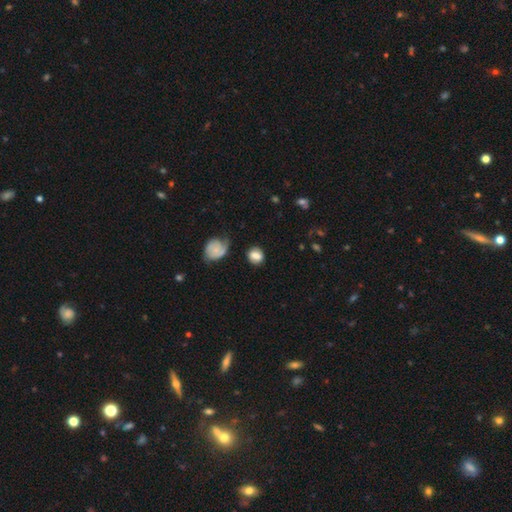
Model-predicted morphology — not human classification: This appears to be a smooth galaxy with no disk features (75%) that is round (61%). Merging: none (69%).